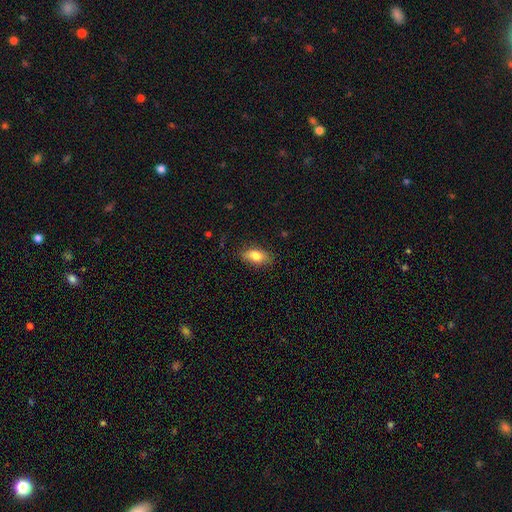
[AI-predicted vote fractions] smooth 80%, featured or disk 13%, star or artifact 8%. Down the decision tree: how rounded — in between (86%); merging — none (83%).